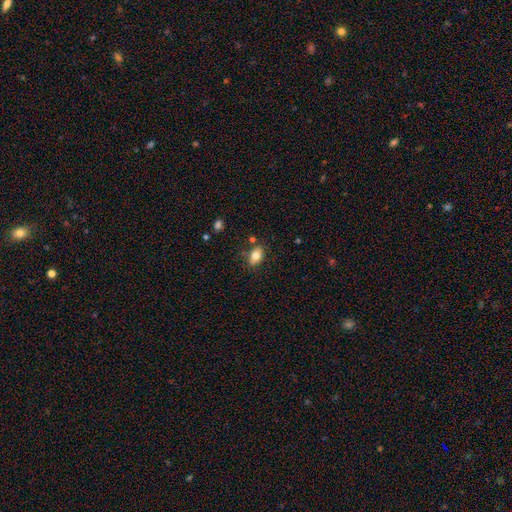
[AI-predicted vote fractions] A smooth galaxy with no disk features (79%) that is in between round and cigar-shaped (87%).

Vote fractions:
- Smooth or featured? smooth: 79% / featured or disk: 13% / star or artifact: 8%
- How rounded? in between: 87% / round: 10% / cigar-shaped: 3%
- Merging? none: 78% / minor disturbance: 14% / merger: 5% / major disturbance: 3%